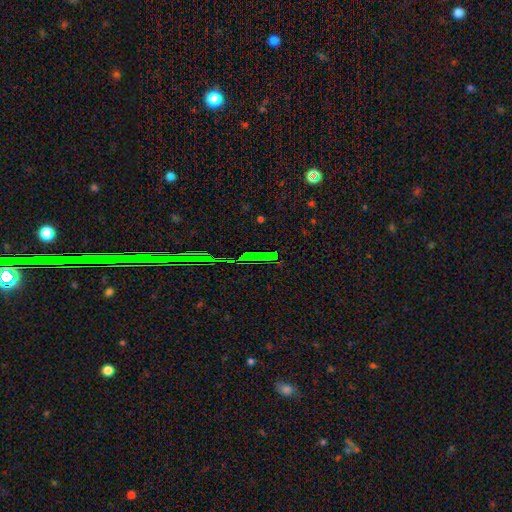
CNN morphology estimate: Smooth or featured: star or artifact — 74% (smooth — 14%)